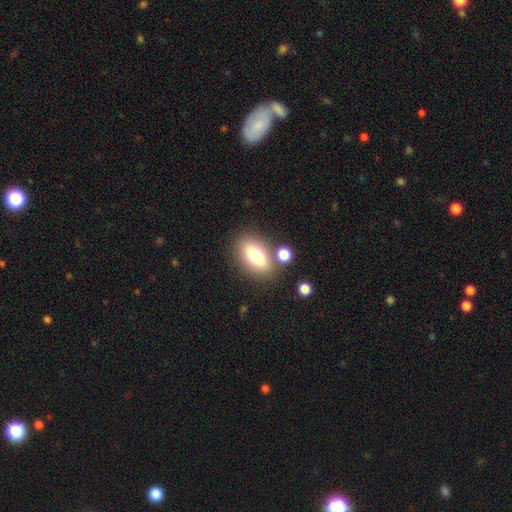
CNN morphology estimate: The model was most divided on "smooth or featured": smooth: 75%, featured or disk: 16%, star or artifact: 9%. More confident: how rounded — in between (86%); merging — none (74%).